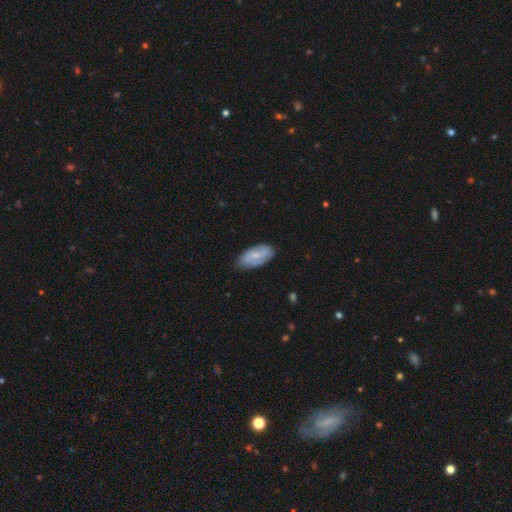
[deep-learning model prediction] smooth_or_featured: smooth (p=0.48) [alt: featured or disk p=0.45]
merging: none (p=0.72) [alt: minor disturbance p=0.23]